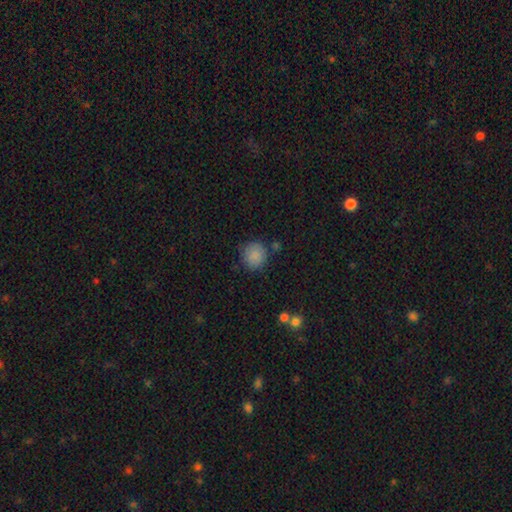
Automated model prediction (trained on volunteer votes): Overall: smooth (87%). How rounded: round (88%). Merging: none (79%).